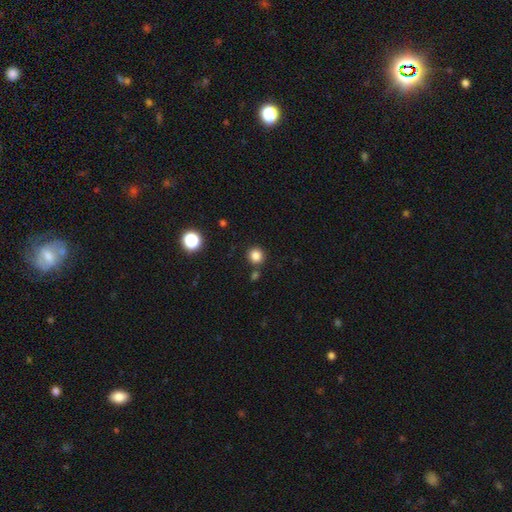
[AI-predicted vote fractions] Smooth or featured? Predicted: smooth (p=0.83). How rounded? Predicted: round (p=0.90). Merging? Predicted: none (p=0.84).